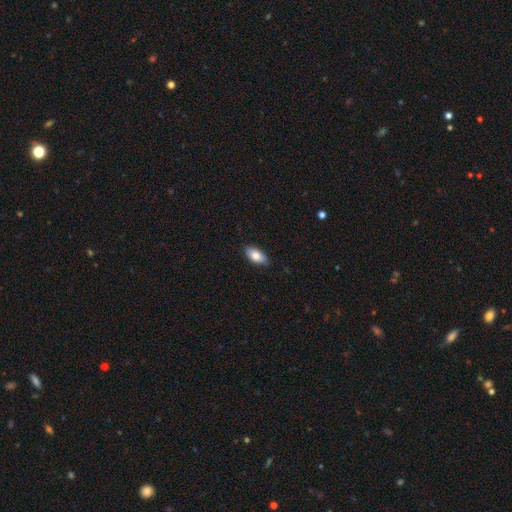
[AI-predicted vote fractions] Morphology: type=smooth (82%); roundness=in between (91%); merging=none (87%).